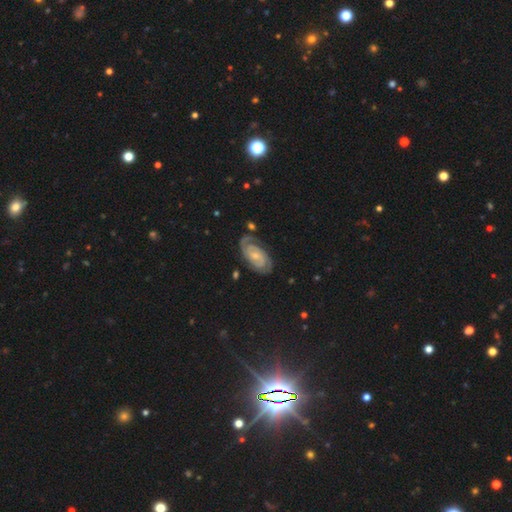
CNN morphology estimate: Smooth or featured? featured or disk (88%)
Edge-on disk? no (97%)
Bar? no (57%)
Spiral arms? yes (98%)
Spiral winding? tight (74%)
Spiral arm count? 2 (83%)
Bulge size? small (65%)
Merging? none (78%)